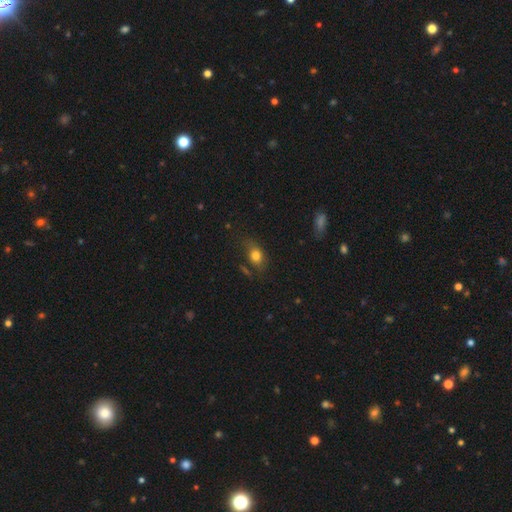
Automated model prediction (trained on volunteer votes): Overall: smooth (77%). How rounded: in between (71%). Merging: none (62%; minor disturbance 24%).